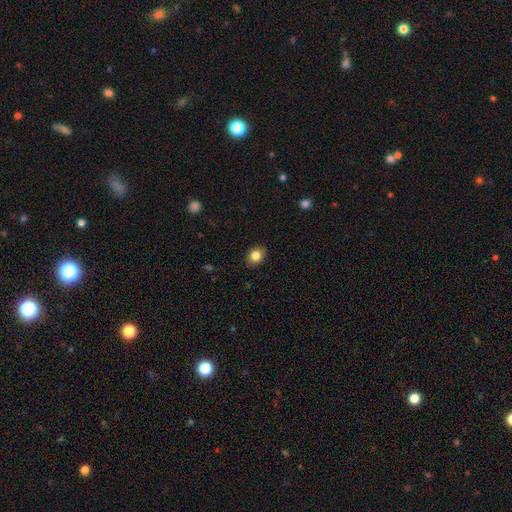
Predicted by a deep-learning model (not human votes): smooth_or_featured: smooth (p=0.83) [alt: star or artifact p=0.09]
how_rounded: in between (p=0.55) [alt: round p=0.44]
merging: none (p=0.87) [alt: minor disturbance p=0.10]